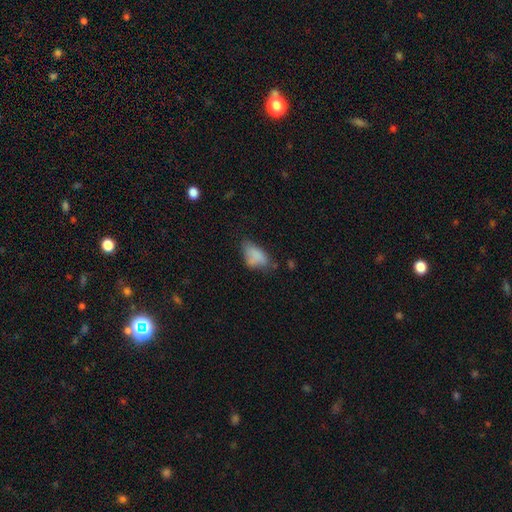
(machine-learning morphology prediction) A smooth galaxy with no disk features (78%) that is in between round and cigar-shaped (91%).

Vote fractions:
- Smooth or featured? smooth: 78% / featured or disk: 12% / star or artifact: 10%
- How rounded? in between: 91% / round: 5% / cigar-shaped: 4%
- Merging? none: 39% / minor disturbance: 37% / major disturbance: 18% / merger: 6%